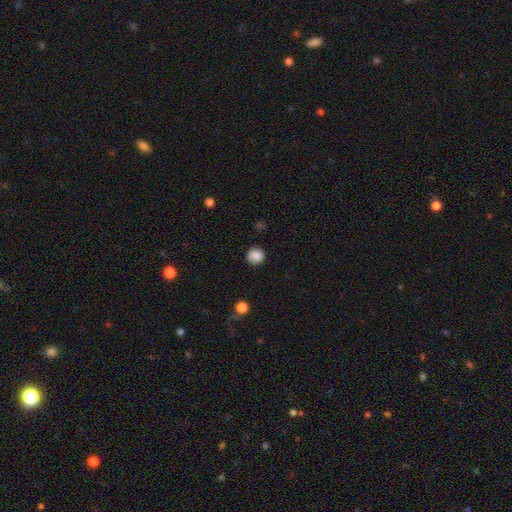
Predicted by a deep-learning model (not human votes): Morphology: type=smooth (87%); roundness=round (90%); merging=none (88%).